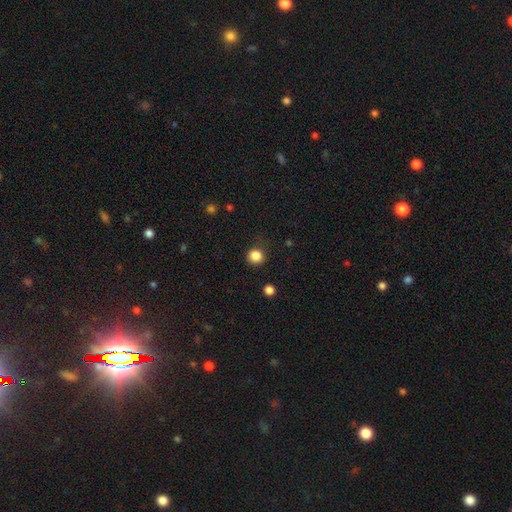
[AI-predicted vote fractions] smooth-or-featured: smooth: 85% | star or artifact: 12% | featured or disk: 4%
  how-rounded: round: 87% | in between: 12% | cigar-shaped: 1%
  merging: none: 84% | minor disturbance: 11% | major disturbance: 4% | merger: 1%